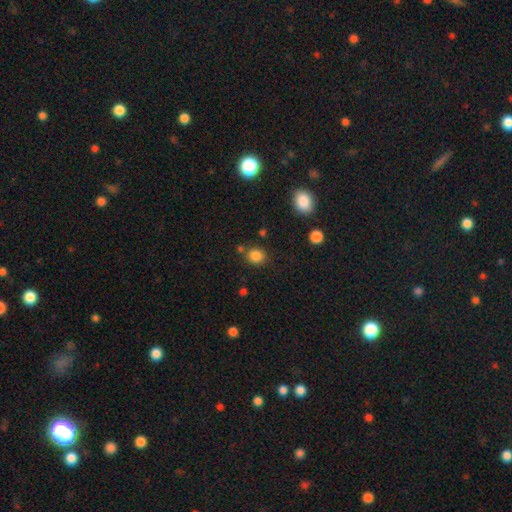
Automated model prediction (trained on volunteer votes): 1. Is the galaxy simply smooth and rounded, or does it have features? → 84% smooth, 12% star or artifact, 5% featured or disk.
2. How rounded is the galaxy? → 79% round, 20% in between, 1% cigar-shaped.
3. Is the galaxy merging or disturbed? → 76% none, 11% minor disturbance, 9% merger, 4% major disturbance.